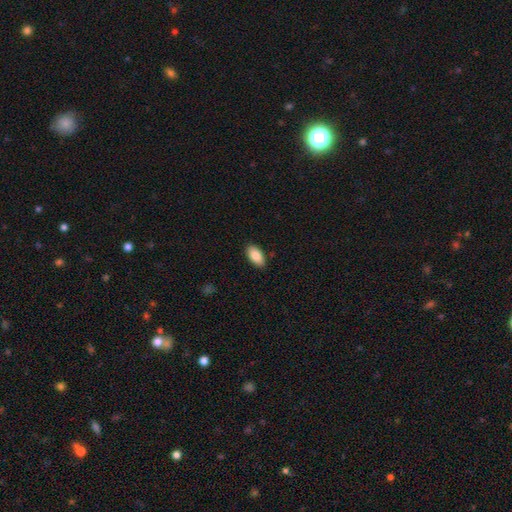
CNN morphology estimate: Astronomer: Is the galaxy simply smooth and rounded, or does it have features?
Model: smooth — 86%.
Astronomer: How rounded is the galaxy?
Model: in between — 94%.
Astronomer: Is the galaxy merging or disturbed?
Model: none — 88%.